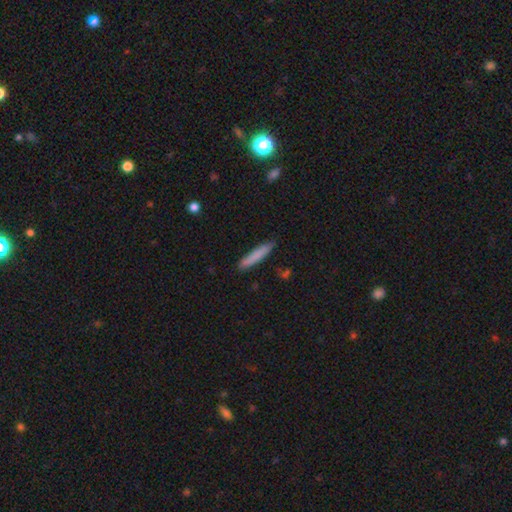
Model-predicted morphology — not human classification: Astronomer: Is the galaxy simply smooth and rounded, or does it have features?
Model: smooth — 81%.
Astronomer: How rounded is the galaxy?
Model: cigar-shaped — 93%.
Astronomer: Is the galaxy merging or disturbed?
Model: none — 88%.